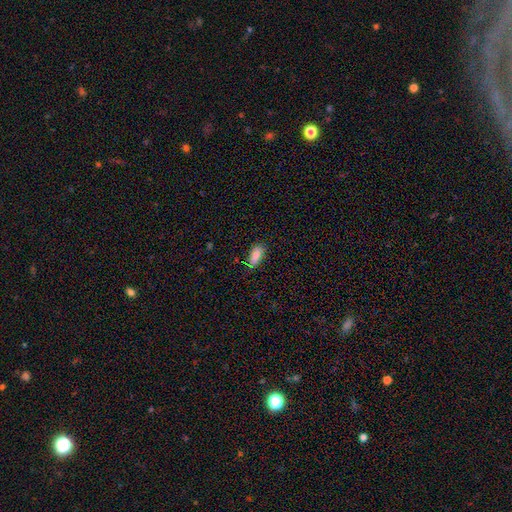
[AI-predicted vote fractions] Smooth or featured? smooth (85%)
How rounded? in between (82%)
Merging? none (74%)